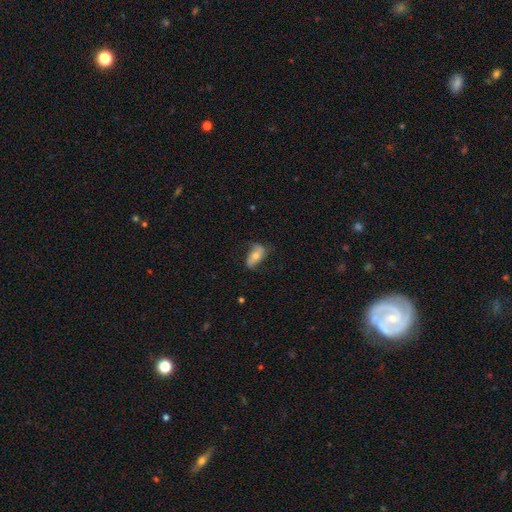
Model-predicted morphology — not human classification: Smooth or featured: smooth — 56% (featured or disk — 36%)
How rounded: in between — 86% (cigar-shaped — 10%)
Merging: none — 66% (minor disturbance — 25%)